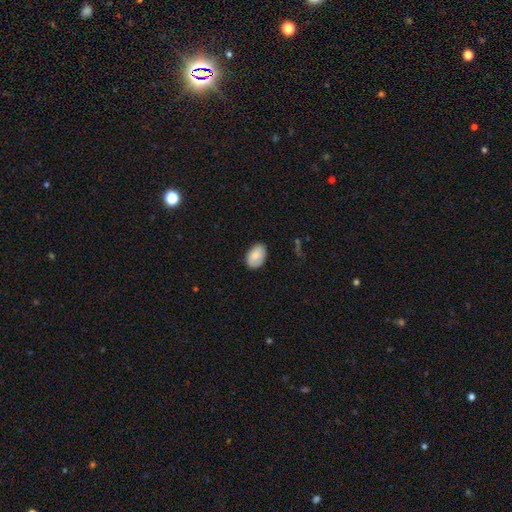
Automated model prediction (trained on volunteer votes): smooth-or-featured: smooth: 83% | featured or disk: 10% | star or artifact: 7%
  how-rounded: in between: 88% | round: 11% | cigar-shaped: 1%
  merging: none: 82% | minor disturbance: 15% | major disturbance: 2% | merger: 1%